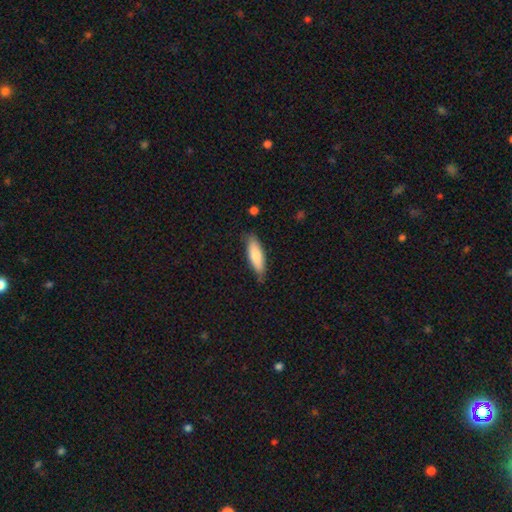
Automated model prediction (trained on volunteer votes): Smooth or featured? smooth (79%)
How rounded? in between (50%)
Merging? none (79%)